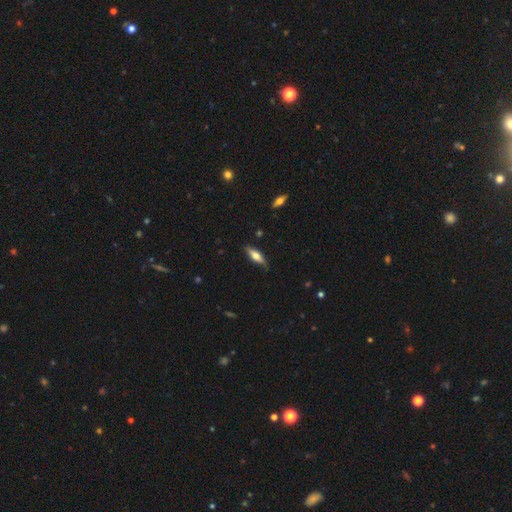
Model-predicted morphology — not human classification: Smooth or featured?
  - smooth: 57% *
  - featured or disk: 37%
  - star or artifact: 6%
How rounded?
  - cigar-shaped: 52% *
  - in between: 46%
  - round: 2%
Merging?
  - none: 80% *
  - minor disturbance: 16%
  - major disturbance: 3%
  - merger: 1%